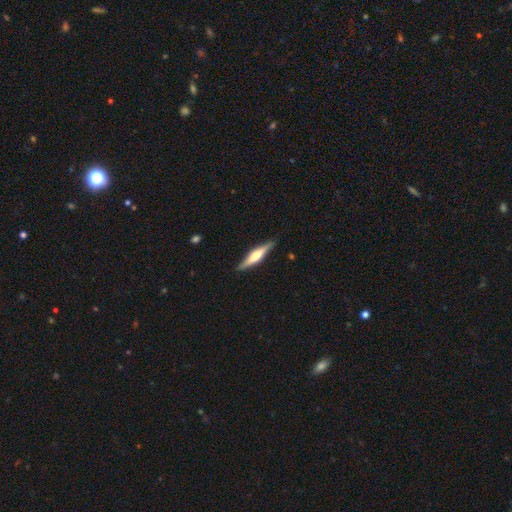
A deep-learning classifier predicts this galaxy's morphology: Smooth or featured? featured or disk (63%)
Edge-on disk? yes (97%)
Edge-on bulge? rounded (78%)
Merging? none (88%)